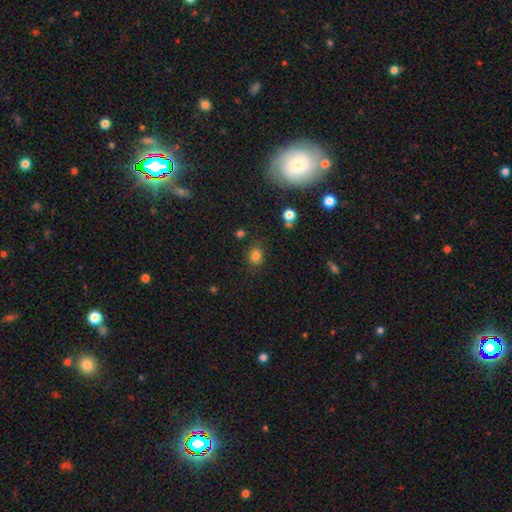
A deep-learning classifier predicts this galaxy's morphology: Smooth or featured: smooth — 80% (star or artifact — 14%)
How rounded: in between — 52% (round — 47%)
Merging: none — 80% (minor disturbance — 13%)